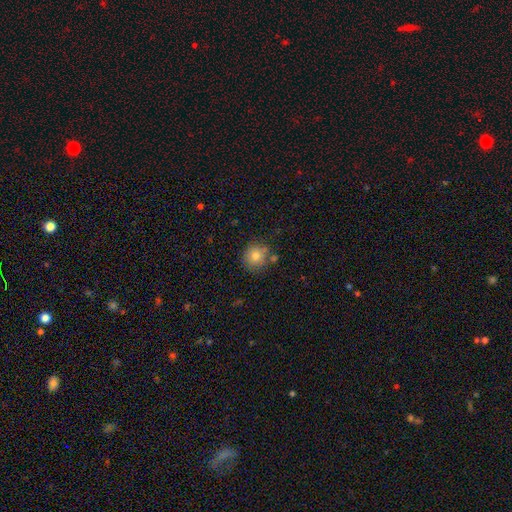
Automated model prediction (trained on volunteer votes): This is likely a smooth galaxy (79%). How rounded: clearly round (91%). Merging: likely none (75%).